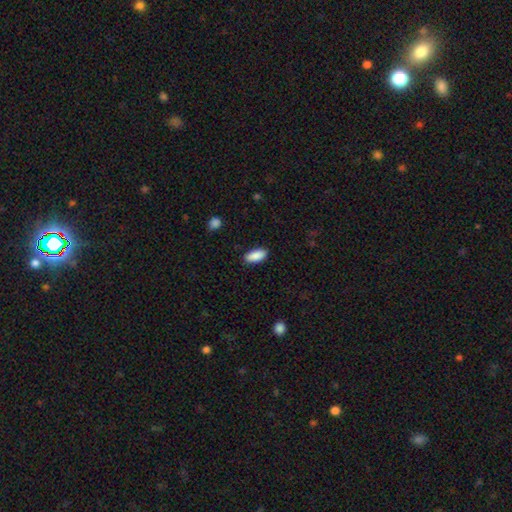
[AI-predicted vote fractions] smooth-or-featured: smooth: 90% | star or artifact: 7% | featured or disk: 4%
  how-rounded: in between: 91% | cigar-shaped: 7% | round: 2%
  merging: none: 87% | minor disturbance: 10% | major disturbance: 2% | merger: 1%